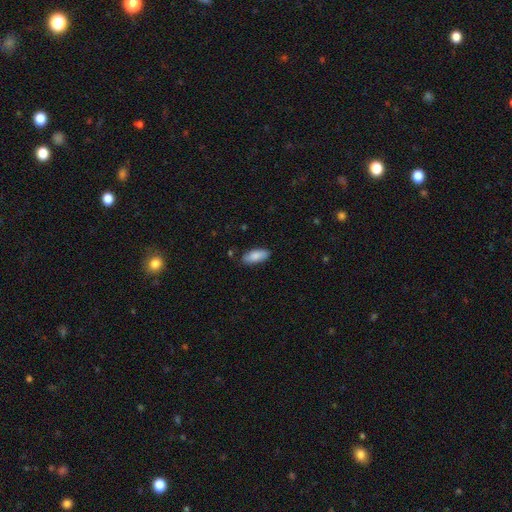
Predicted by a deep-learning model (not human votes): This appears to be a smooth galaxy with no disk features (87%) that is in between round and cigar-shaped (86%). Merging: none (82%).